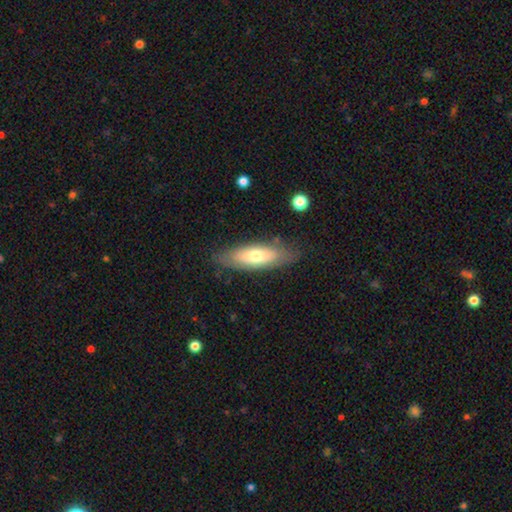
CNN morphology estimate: A smooth galaxy with no disk features (62%) that is in between round and cigar-shaped (57%). Merging: none (80%).